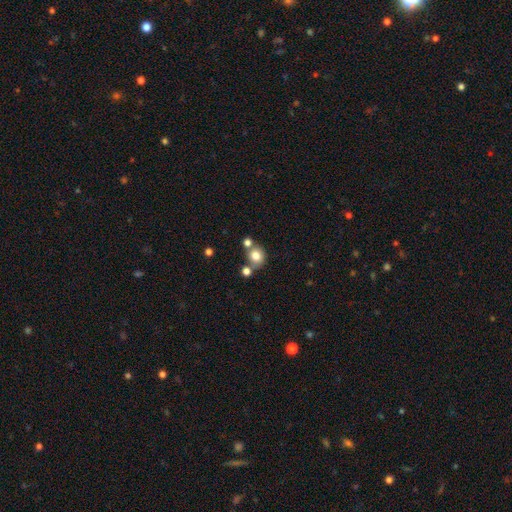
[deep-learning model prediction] smooth_or_featured: smooth (p=0.79) [alt: star or artifact p=0.11]
how_rounded: round (p=0.78) [alt: in between p=0.21]
merging: none (p=0.60) [alt: merger p=0.25]